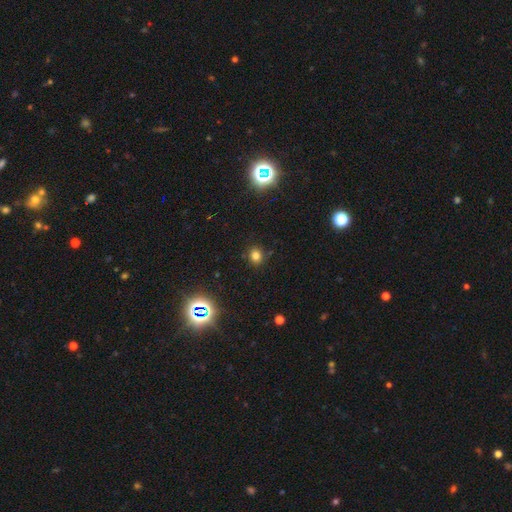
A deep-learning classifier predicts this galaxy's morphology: The model was most divided on "how rounded": round: 74%, in between: 25%, cigar-shaped: 1%. More confident: merging — none (85%); smooth or featured — smooth (75%).